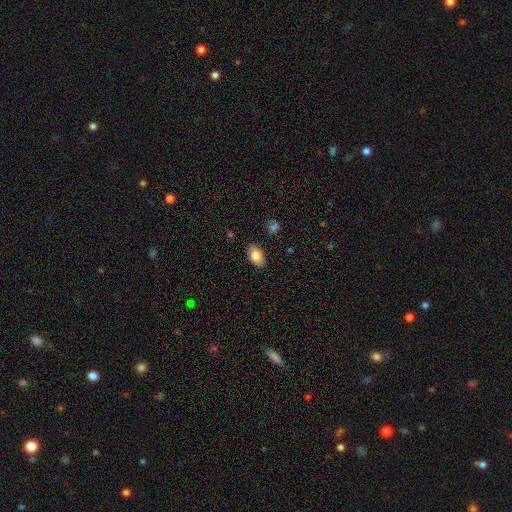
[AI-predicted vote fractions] Morphology: type=smooth (83%); roundness=in between (90%); merging=none (87%).